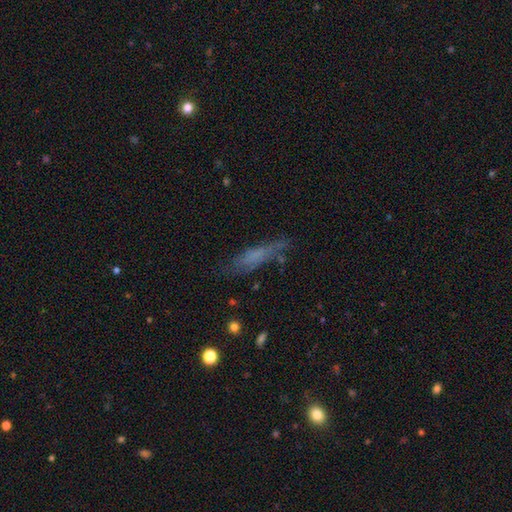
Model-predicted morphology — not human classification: Smooth or featured? smooth (52%)
How rounded? cigar-shaped (74%)
Merging? none (61%)